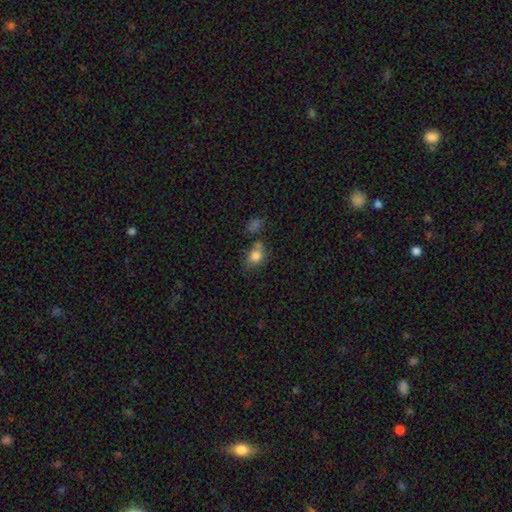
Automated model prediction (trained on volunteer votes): Smooth or featured? smooth (81%)
How rounded? in between (55%)
Merging? none (52%)